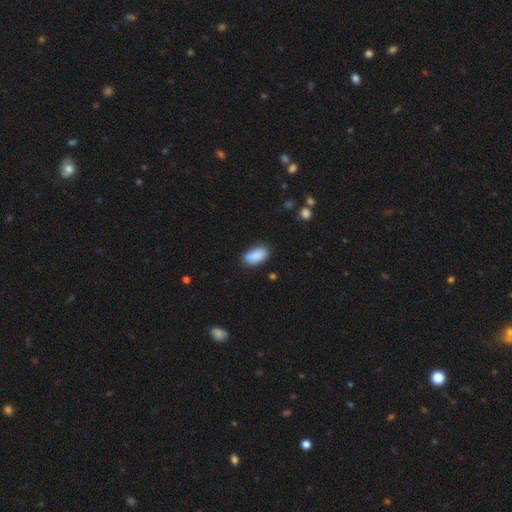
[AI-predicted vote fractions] Smooth or featured? Predicted: smooth (p=0.89). How rounded? Predicted: in between (p=0.92). Merging? Predicted: none (p=0.80).